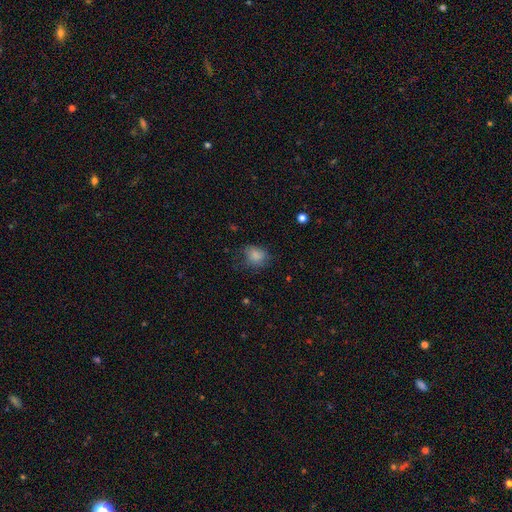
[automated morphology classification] smooth_or_featured: smooth (p=0.83) [alt: star or artifact p=0.10]
how_rounded: round (p=0.53) [alt: in between p=0.46]
merging: none (p=0.63) [alt: minor disturbance p=0.25]